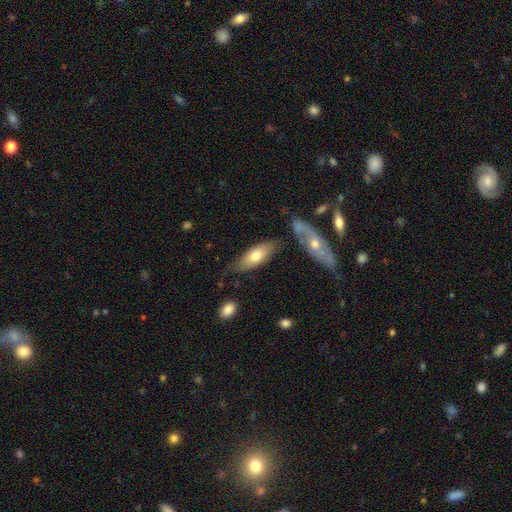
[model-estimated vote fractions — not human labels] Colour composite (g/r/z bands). It shows a smooth galaxy with no disk features (66%) that is in between round and cigar-shaped (70%). Merging: none (71%).